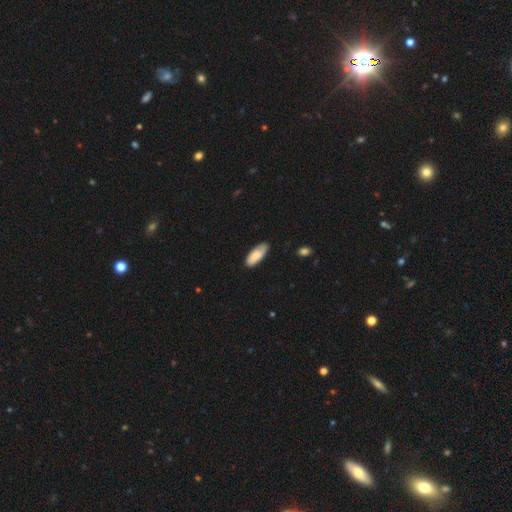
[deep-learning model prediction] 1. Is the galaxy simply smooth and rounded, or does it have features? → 80% smooth, 14% featured or disk, 6% star or artifact.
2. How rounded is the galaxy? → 80% in between, 19% cigar-shaped, 2% round.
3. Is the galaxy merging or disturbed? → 77% none, 19% minor disturbance, 3% major disturbance, 1% merger.